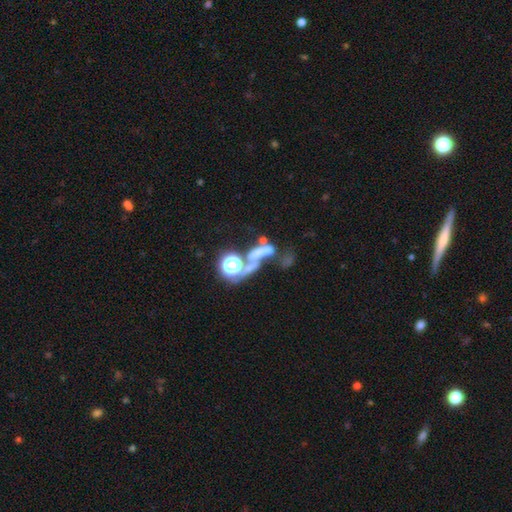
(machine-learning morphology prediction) This appears to be a smooth galaxy with no disk features (38%). Merging: merger (48%).